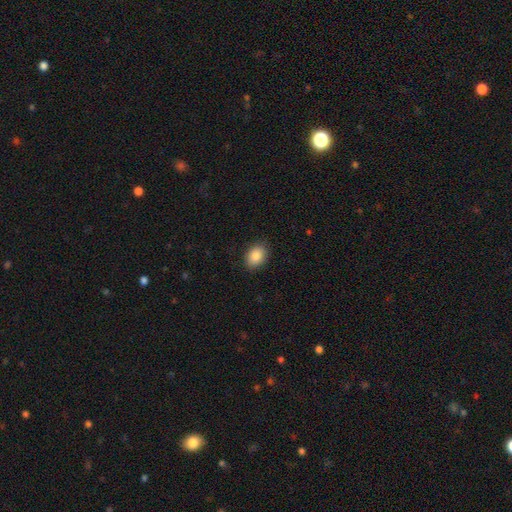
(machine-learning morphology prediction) Smooth or featured? smooth (86%)
How rounded? in between (74%)
Merging? none (88%)